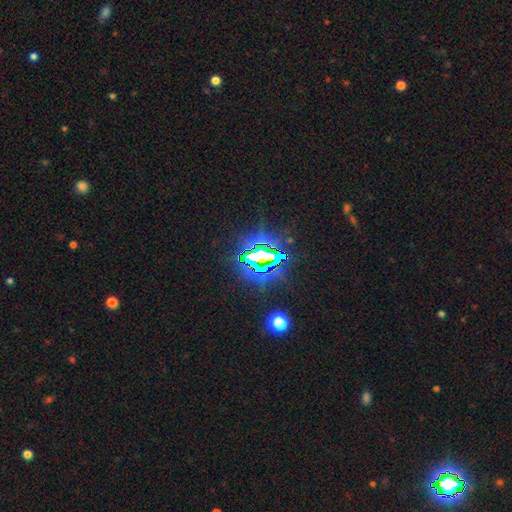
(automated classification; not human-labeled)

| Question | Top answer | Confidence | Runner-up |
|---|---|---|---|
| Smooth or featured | star or artifact | 81% | smooth (10%) |